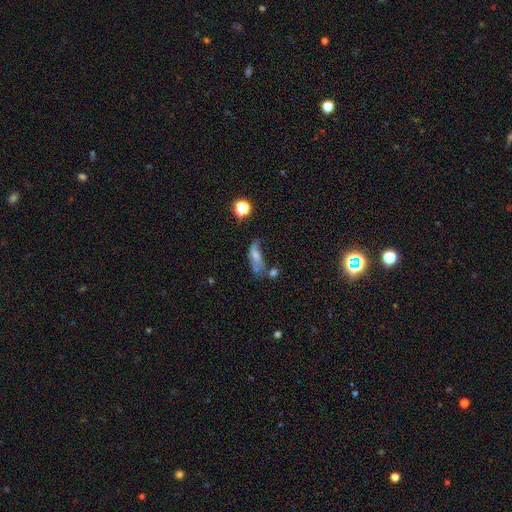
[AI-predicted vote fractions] smooth 50%, featured or disk 36%, star or artifact 14%. Down the decision tree: how rounded — in between (69%); merging — major disturbance (31%).